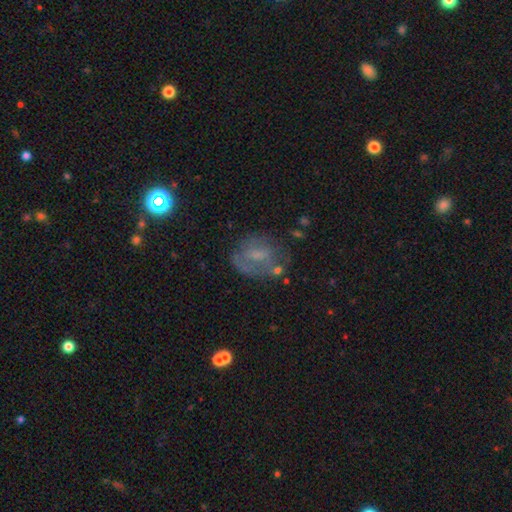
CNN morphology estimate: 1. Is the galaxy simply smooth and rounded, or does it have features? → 43% featured or disk, 40% smooth, 16% star or artifact.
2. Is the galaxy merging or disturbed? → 52% none, 24% minor disturbance, 19% major disturbance, 5% merger.